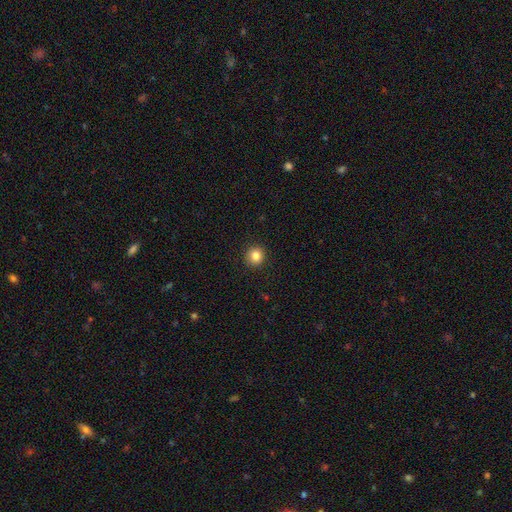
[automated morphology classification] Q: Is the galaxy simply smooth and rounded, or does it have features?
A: smooth — 83%.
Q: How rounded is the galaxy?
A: round — 91%.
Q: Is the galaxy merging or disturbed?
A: none — 92%.